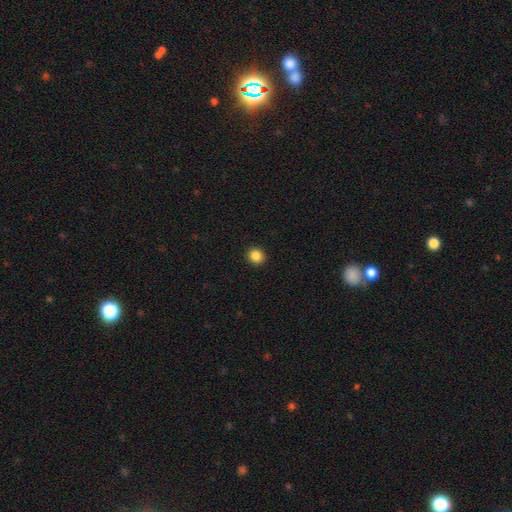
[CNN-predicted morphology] Smooth or featured: smooth — 87% (star or artifact — 10%)
How rounded: round — 88% (in between — 12%)
Merging: none — 93% (minor disturbance — 5%)